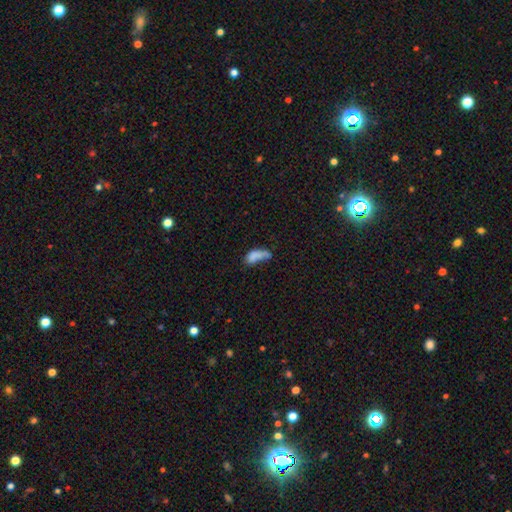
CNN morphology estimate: This appears to be a smooth galaxy with no disk features (72%) that is in between round and cigar-shaped (79%). Merging: major disturbance (27%).